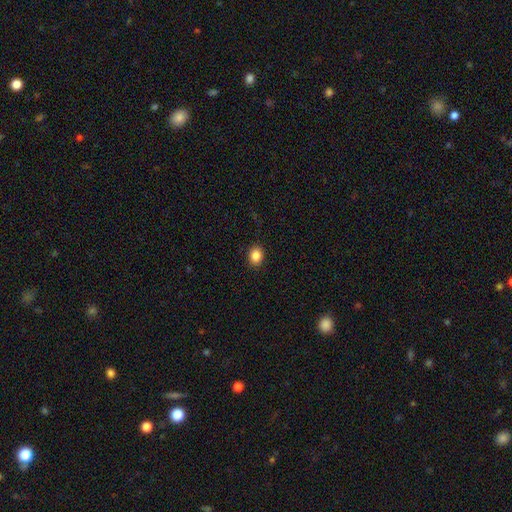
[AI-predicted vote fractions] Smooth or featured? Predicted: smooth (p=0.86). How rounded? Predicted: round (p=0.56). Merging? Predicted: none (p=0.91).